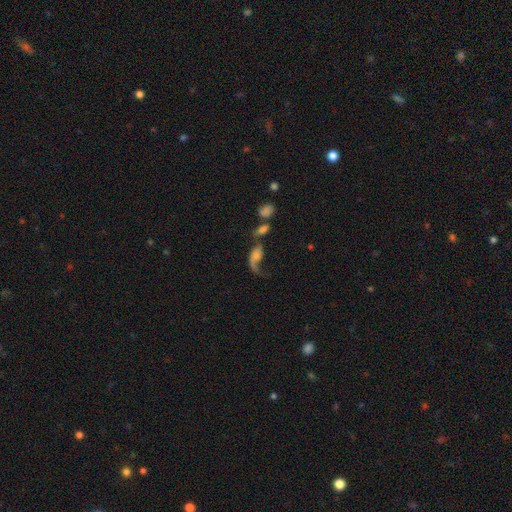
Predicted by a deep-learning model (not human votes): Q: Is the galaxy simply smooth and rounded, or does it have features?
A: featured or disk — 56%.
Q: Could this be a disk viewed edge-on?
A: no — 94%.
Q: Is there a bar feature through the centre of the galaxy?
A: no — 71%.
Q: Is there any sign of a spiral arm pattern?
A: yes — 75%.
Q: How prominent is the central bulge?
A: none — 33%.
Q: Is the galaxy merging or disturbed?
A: merger — 34%.